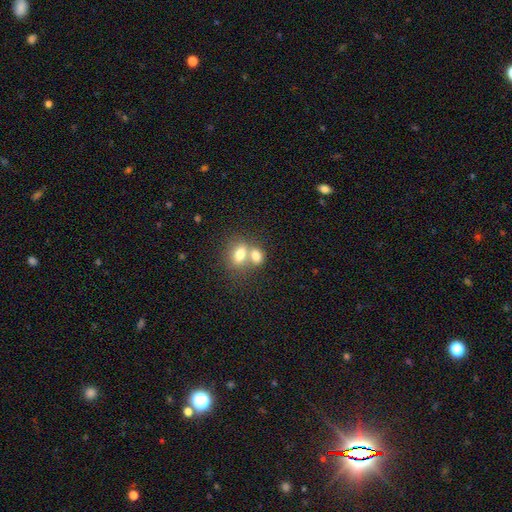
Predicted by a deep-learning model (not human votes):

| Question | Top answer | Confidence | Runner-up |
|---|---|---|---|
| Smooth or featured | smooth | 76% | featured or disk (14%) |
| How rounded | in between | 71% | round (27%) |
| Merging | merger | 64% | none (26%) |